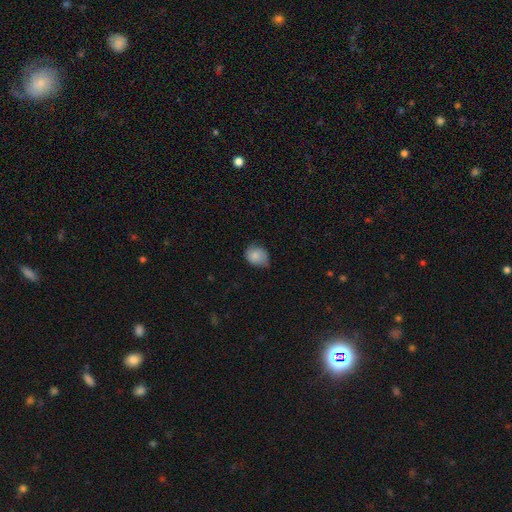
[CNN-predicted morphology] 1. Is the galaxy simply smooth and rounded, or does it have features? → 84% smooth, 8% star or artifact, 8% featured or disk.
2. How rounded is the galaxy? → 56% round, 43% in between, 1% cigar-shaped.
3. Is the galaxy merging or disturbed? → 57% none, 35% minor disturbance, 7% major disturbance, 1% merger.